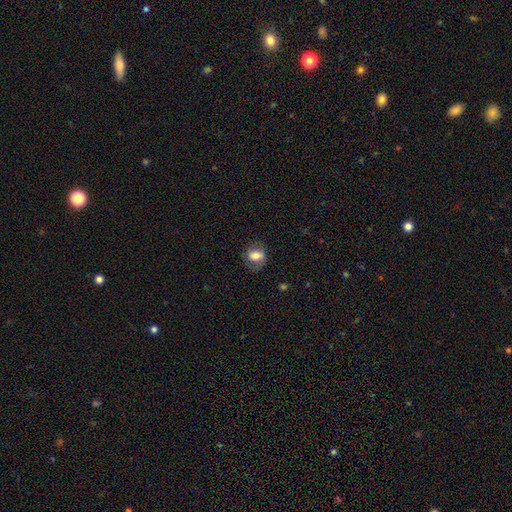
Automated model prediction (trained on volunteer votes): smooth 70%, featured or disk 21%, star or artifact 9%. Down the decision tree: how rounded — in between (56%); merging — none (70%).